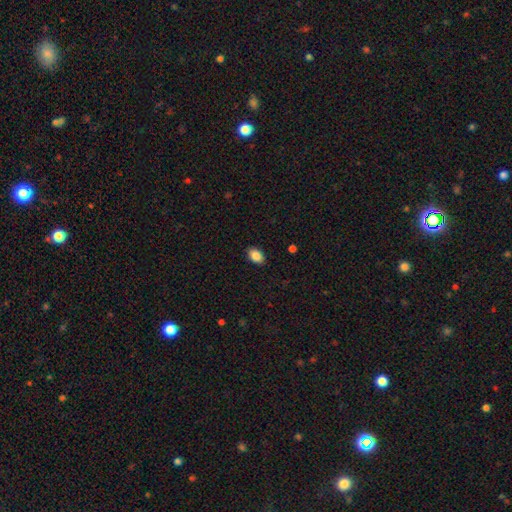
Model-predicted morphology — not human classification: Overall: smooth (88%). How rounded: in between (85%). Merging: none (88%).